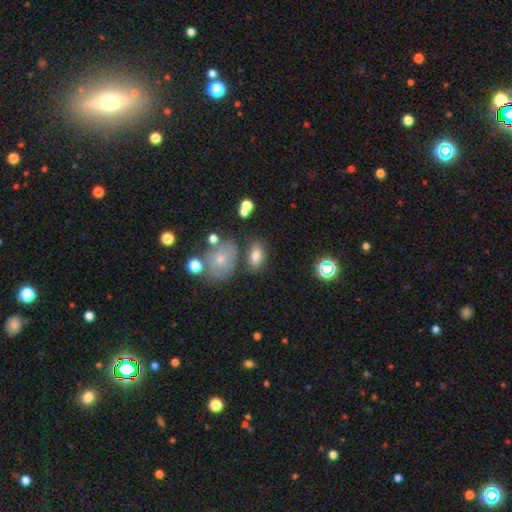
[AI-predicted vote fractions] Q: Smooth or featured?
A: smooth (79%); runner-up: star or artifact (11%)
Q: How rounded?
A: in between (89%); runner-up: round (9%)
Q: Merging?
A: none (69%); runner-up: minor disturbance (15%)